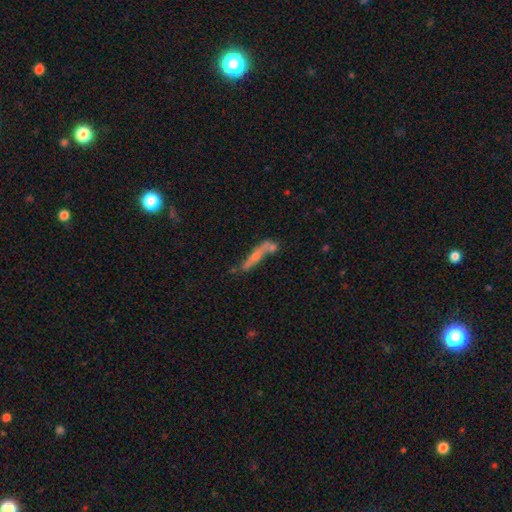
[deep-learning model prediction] Smooth or featured? smooth (53%)
How rounded? cigar-shaped (87%)
Merging? none (47%)